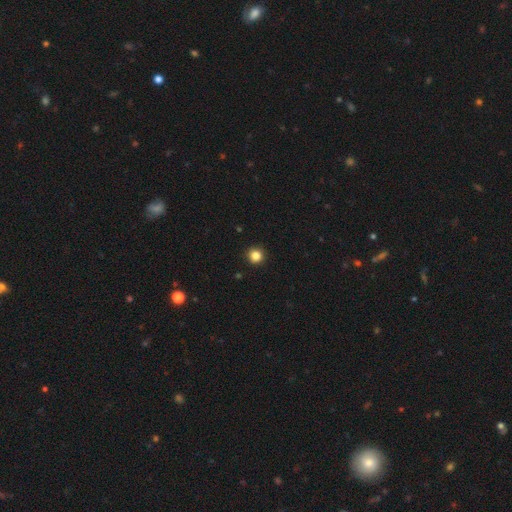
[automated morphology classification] This appears to be a smooth galaxy with no disk features (84%) that is round (95%). Merging: none (93%).